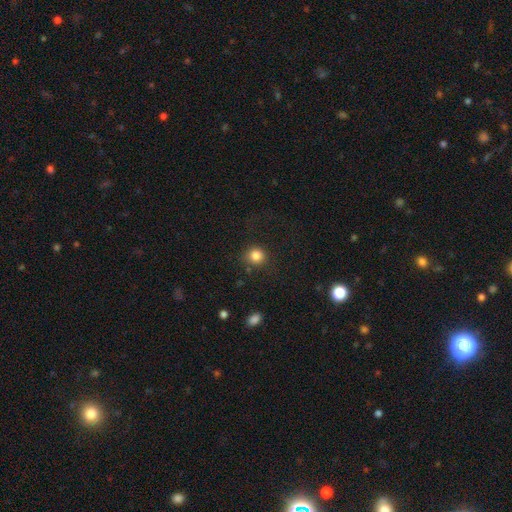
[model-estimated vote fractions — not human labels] Overall: smooth (84%). How rounded: round (90%). Merging: none (83%).